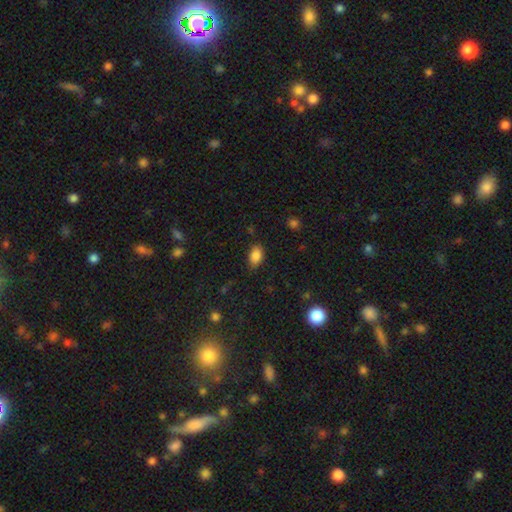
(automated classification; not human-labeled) A smooth galaxy with no disk features (86%) that is in between round and cigar-shaped (86%).

Vote fractions:
- Smooth or featured? smooth: 86% / star or artifact: 9% / featured or disk: 5%
- How rounded? in between: 86% / round: 12% / cigar-shaped: 2%
- Merging? none: 80% / minor disturbance: 15% / major disturbance: 3% / merger: 1%